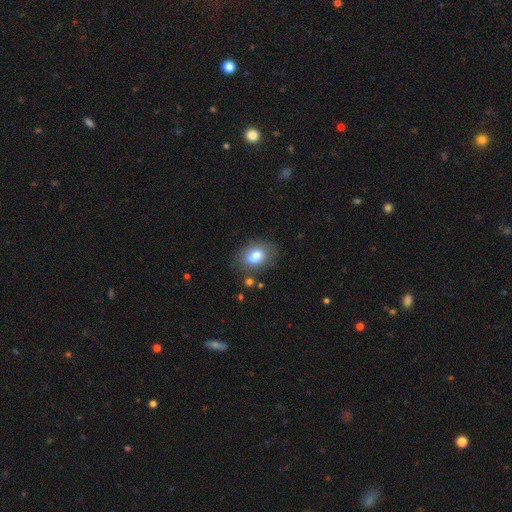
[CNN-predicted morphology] Smooth or featured? smooth (80%)
How rounded? in between (71%)
Merging? none (70%)